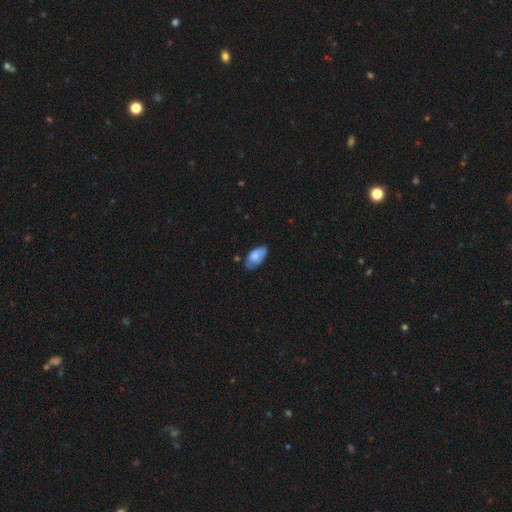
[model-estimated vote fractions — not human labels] The model was most divided on "merging": none: 57%, minor disturbance: 34%, major disturbance: 7%, merger: 2%. More confident: how rounded — in between (94%); smooth or featured — smooth (73%).